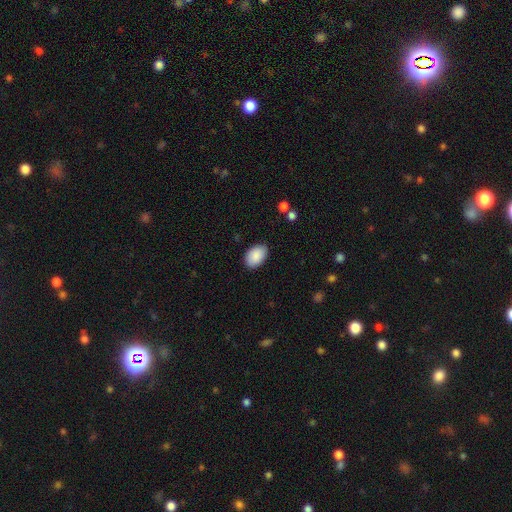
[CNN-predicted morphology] Q: Smooth or featured?
A: smooth (89%); runner-up: star or artifact (6%)
Q: How rounded?
A: in between (90%); runner-up: round (9%)
Q: Merging?
A: none (87%); runner-up: minor disturbance (10%)